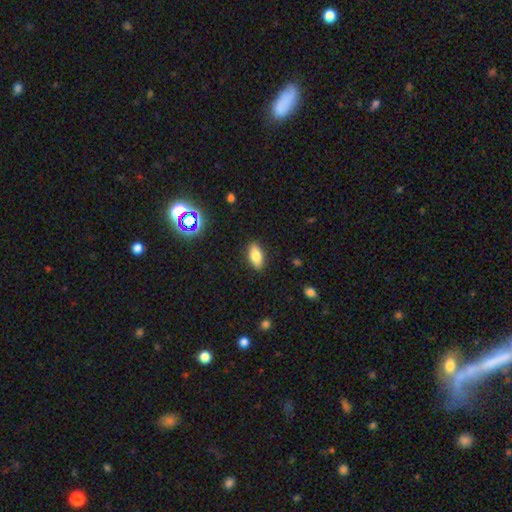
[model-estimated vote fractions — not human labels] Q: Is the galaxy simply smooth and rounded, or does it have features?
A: smooth — 77%.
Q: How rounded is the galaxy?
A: in between — 86%.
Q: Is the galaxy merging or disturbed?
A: none — 88%.